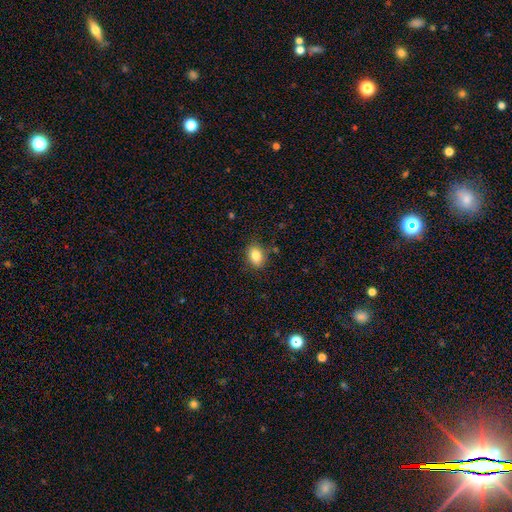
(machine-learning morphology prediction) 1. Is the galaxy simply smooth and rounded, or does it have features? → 83% smooth, 9% star or artifact, 7% featured or disk.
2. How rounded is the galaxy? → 68% in between, 31% round, 1% cigar-shaped.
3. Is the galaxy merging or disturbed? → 84% none, 11% minor disturbance, 3% major disturbance, 2% merger.